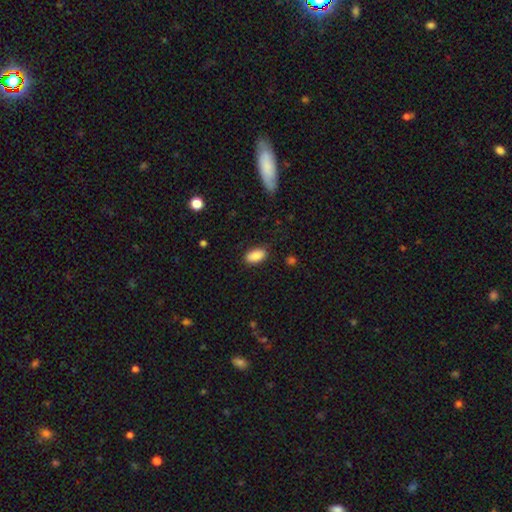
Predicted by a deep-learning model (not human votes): Q: Smooth or featured?
A: smooth (87%); runner-up: star or artifact (7%)
Q: How rounded?
A: in between (92%); runner-up: round (4%)
Q: Merging?
A: none (84%); runner-up: minor disturbance (12%)